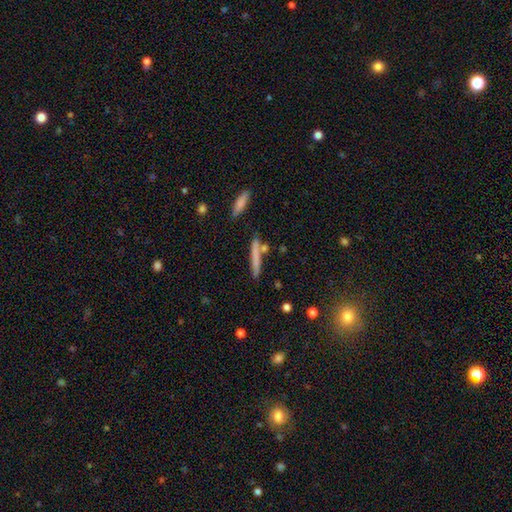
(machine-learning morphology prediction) Overall: smooth (68%). How rounded: cigar-shaped (94%). Merging: none (77%).